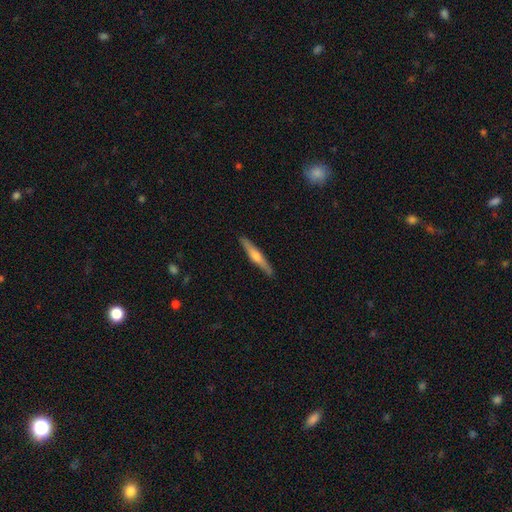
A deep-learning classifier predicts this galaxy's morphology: Q: Smooth or featured?
A: featured or disk (59%); runner-up: smooth (35%)
Q: Edge-on disk?
A: yes (97%); runner-up: no (3%)
Q: Edge-on bulge?
A: rounded (80%); runner-up: none (11%)
Q: Merging?
A: none (90%); runner-up: minor disturbance (7%)